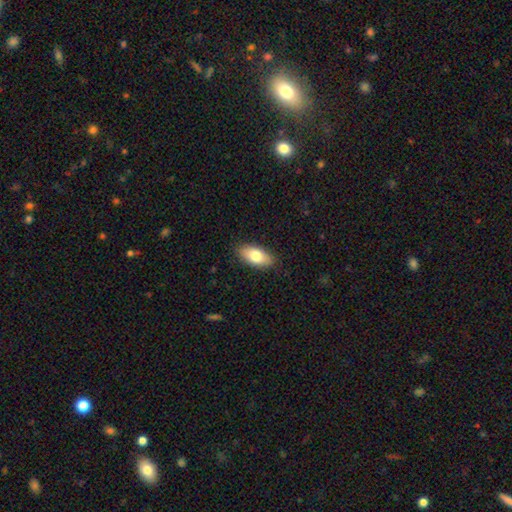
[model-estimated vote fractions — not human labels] This appears to be a smooth galaxy with no disk features (78%) that is in between round and cigar-shaped (91%). Merging: none (88%).